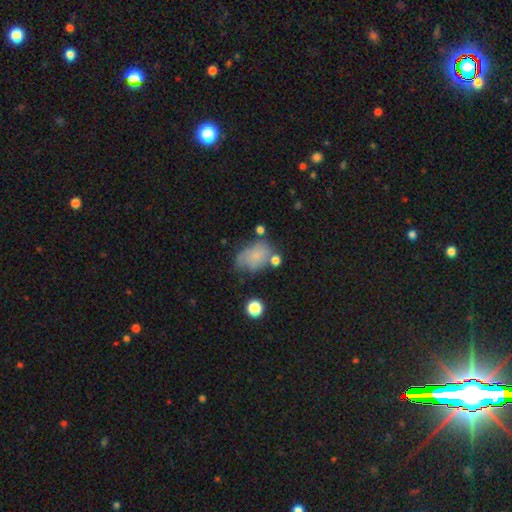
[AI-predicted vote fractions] A smooth galaxy with no disk features (67%) that is in between round and cigar-shaped (80%).

Vote fractions:
- Smooth or featured? smooth: 67% / featured or disk: 23% / star or artifact: 10%
- How rounded? in between: 80% / round: 18% / cigar-shaped: 2%
- Merging? none: 45% / minor disturbance: 30% / major disturbance: 14% / merger: 11%